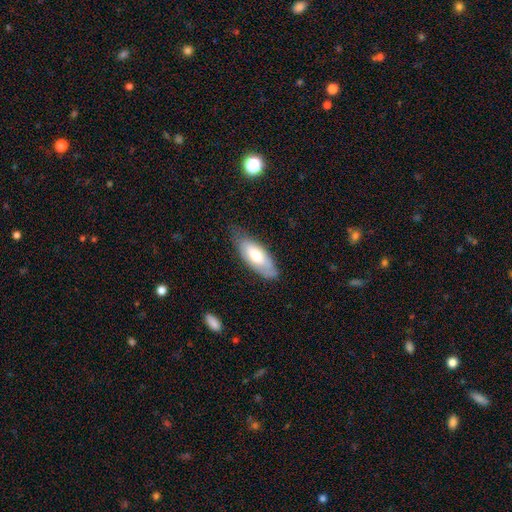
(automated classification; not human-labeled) The model was most divided on "smooth or featured": smooth: 66%, featured or disk: 29%, star or artifact: 6%. More confident: how rounded — in between (79%); merging — none (65%).